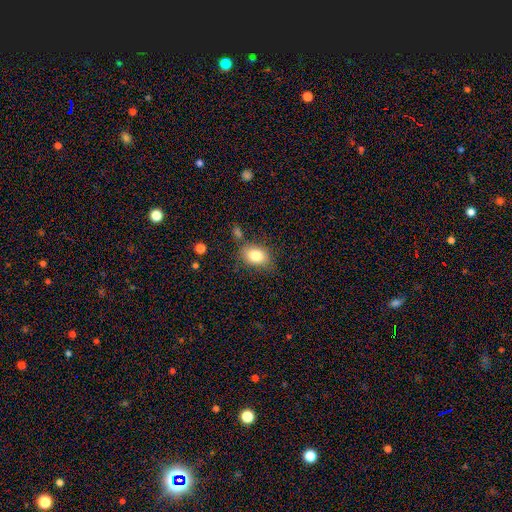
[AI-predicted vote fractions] Smooth or featured?
  - smooth: 83% *
  - featured or disk: 9%
  - star or artifact: 8%
How rounded?
  - in between: 78% *
  - round: 21%
  - cigar-shaped: 1%
Merging?
  - none: 71% *
  - minor disturbance: 18%
  - merger: 6%
  - major disturbance: 5%